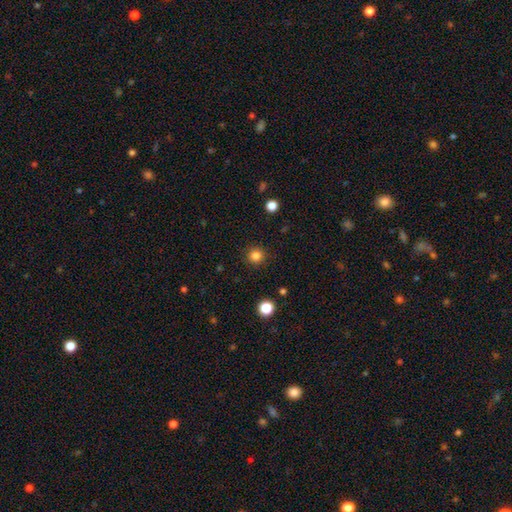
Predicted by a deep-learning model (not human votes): A smooth galaxy with no disk features (83%) that is round (94%).

Vote fractions:
- Smooth or featured? smooth: 83% / star or artifact: 13% / featured or disk: 4%
- How rounded? round: 94% / in between: 6% / cigar-shaped: 1%
- Merging? none: 91% / minor disturbance: 6% / major disturbance: 2% / merger: 1%